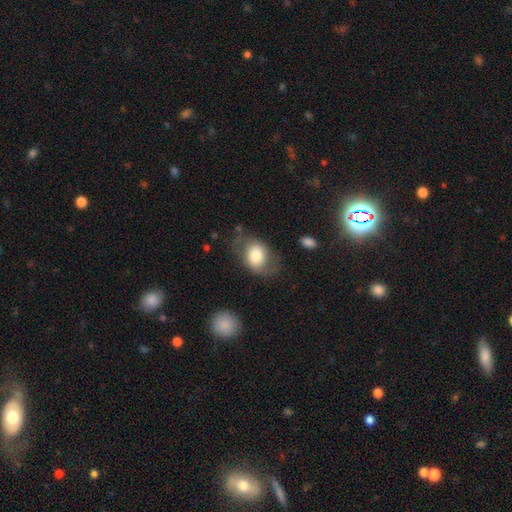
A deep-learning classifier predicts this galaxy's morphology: Smooth or featured? Predicted: smooth (p=0.68). How rounded? Predicted: in between (p=0.70). Merging? Predicted: none (p=0.57).